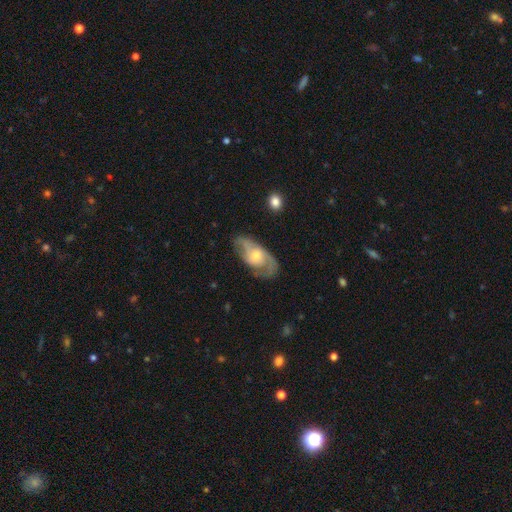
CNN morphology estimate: Smooth or featured?
  - featured or disk: 74% *
  - smooth: 20%
  - star or artifact: 6%
Edge-on disk?
  - no: 93% *
  - yes: 7%
Bar?
  - no: 67% *
  - weak: 29%
  - strong: 5%
Spiral arms?
  - yes: 89% *
  - no: 11%
Spiral winding?
  - medium: 47% *
  - tight: 31%
  - loose: 22%
Spiral arm count?
  - 2: 67% *
  - can't tell: 16%
  - 1: 9%
  - 3: 5%
  - 4: 2%
  - more than 4: 1%
Bulge size?
  - moderate: 52% *
  - small: 36%
  - large: 8%
  - none: 3%
  - dominant: 1%
Merging?
  - none: 65% *
  - minor disturbance: 21%
  - major disturbance: 12%
  - merger: 2%